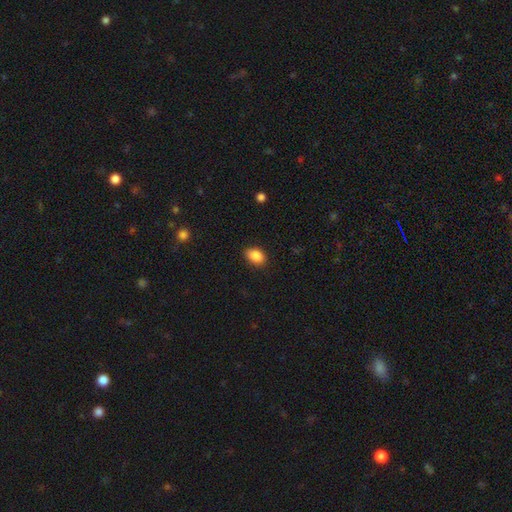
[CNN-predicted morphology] A smooth galaxy with no disk features (89%) that is in between round and cigar-shaped (82%). Merging: none (85%).